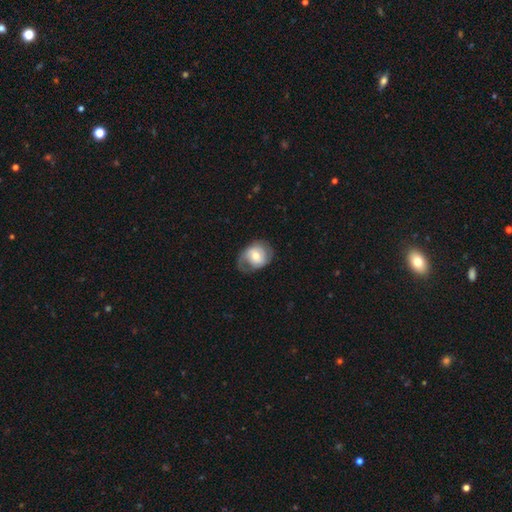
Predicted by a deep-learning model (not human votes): This is possibly a featured or disk galaxy (49%). Merging: possibly none (52%).